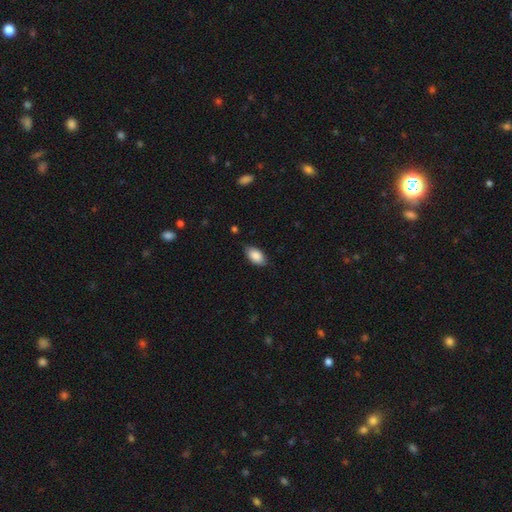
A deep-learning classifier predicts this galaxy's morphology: Smooth or featured: smooth — 88% (star or artifact — 6%)
How rounded: in between — 94% (round — 4%)
Merging: none — 79% (minor disturbance — 17%)